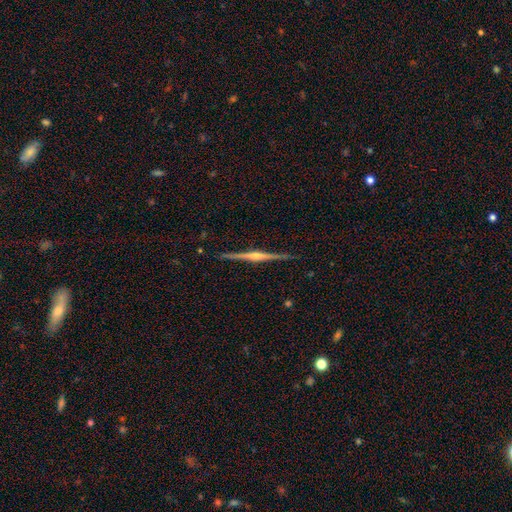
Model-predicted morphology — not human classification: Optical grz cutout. It shows a featured or disk galaxy (87%) viewed edge-on (99%) with a rounded central bulge (83%). Merging: none (92%).